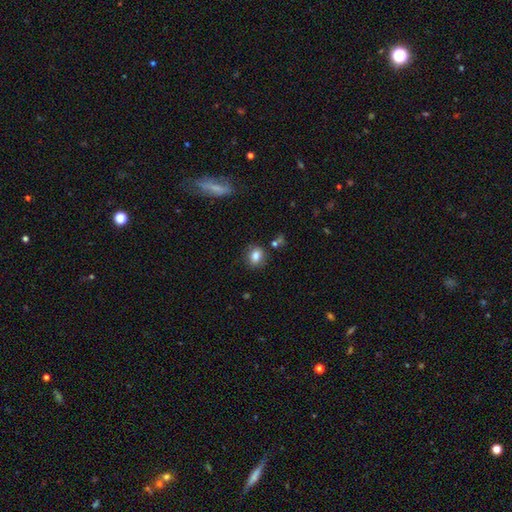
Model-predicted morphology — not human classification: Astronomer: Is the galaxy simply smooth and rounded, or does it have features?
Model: smooth — 83%.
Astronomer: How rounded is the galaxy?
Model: in between — 52% (runner-up: round, 47%).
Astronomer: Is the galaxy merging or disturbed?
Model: none — 82%.